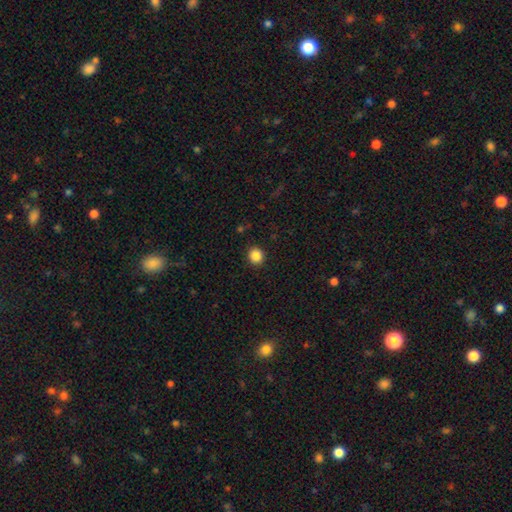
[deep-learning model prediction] smooth-or-featured: smooth: 86% | star or artifact: 11% | featured or disk: 3%
  how-rounded: round: 89% | in between: 10% | cigar-shaped: 1%
  merging: none: 92% | minor disturbance: 5% | major disturbance: 2% | merger: 1%